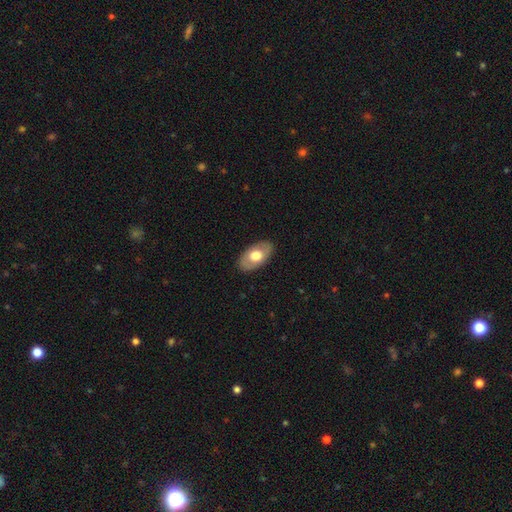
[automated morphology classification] A smooth galaxy with no disk features (59%) that is in between round and cigar-shaped (92%).

Vote fractions:
- Smooth or featured? smooth: 59% / featured or disk: 36% / star or artifact: 5%
- How rounded? in between: 92% / round: 7% / cigar-shaped: 2%
- Merging? none: 86% / minor disturbance: 10% / major disturbance: 3% / merger: 1%